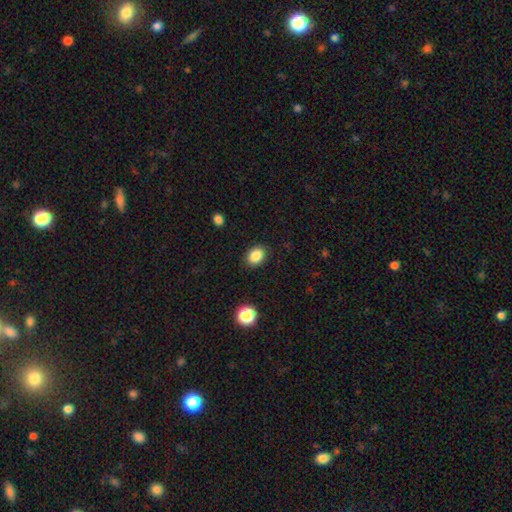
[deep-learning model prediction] This is clearly a smooth galaxy (86%). How rounded: likely in between (65%). Merging: clearly none (87%).